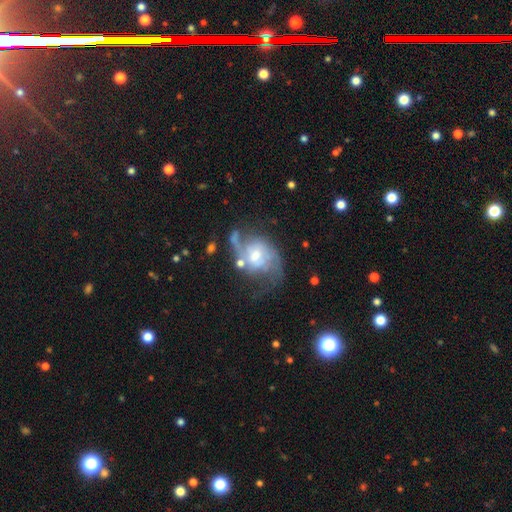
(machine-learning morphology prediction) smooth-or-featured: featured or disk: 84% | smooth: 10% | star or artifact: 6%
  disk-edge-on: no: 97% | yes: 3%
    bar: no: 52% | weak: 40% | strong: 8%
    has-spiral-arms: yes: 94% | no: 6%
      spiral-winding: medium: 44% | loose: 42% | tight: 14%
      spiral-arm-count: 2: 83% | can't tell: 6% | 1: 4% | 3: 4% | 4: 2% | more than 4: 2%
    bulge-size: moderate: 52% | small: 30% | large: 11% | none: 5% | dominant: 2%
  merging: none: 51% | major disturbance: 21% | minor disturbance: 21% | merger: 7%